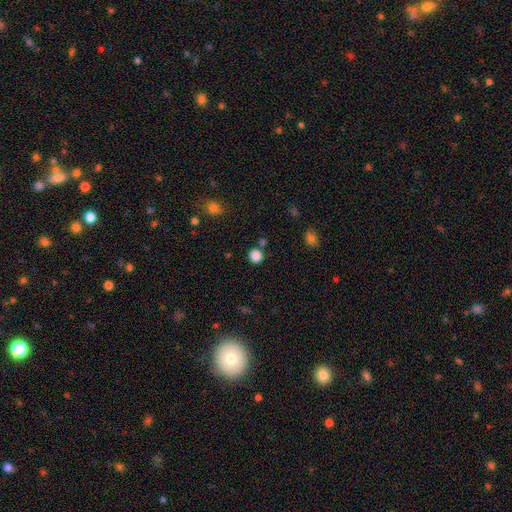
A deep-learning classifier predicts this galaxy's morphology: Overall: smooth (85%). How rounded: round (91%). Merging: none (82%).